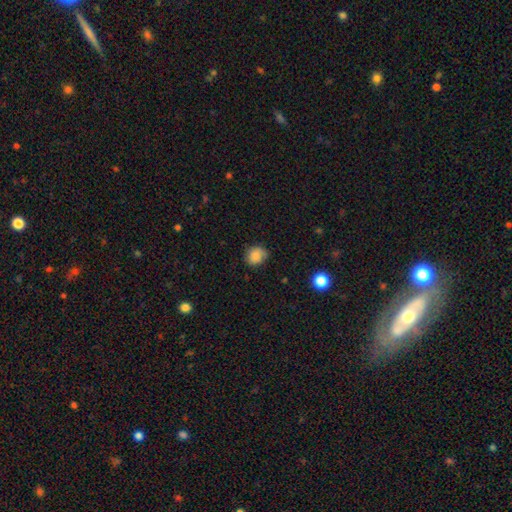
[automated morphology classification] type=smooth (80%); roundness=round (66%); merging=none (71%).